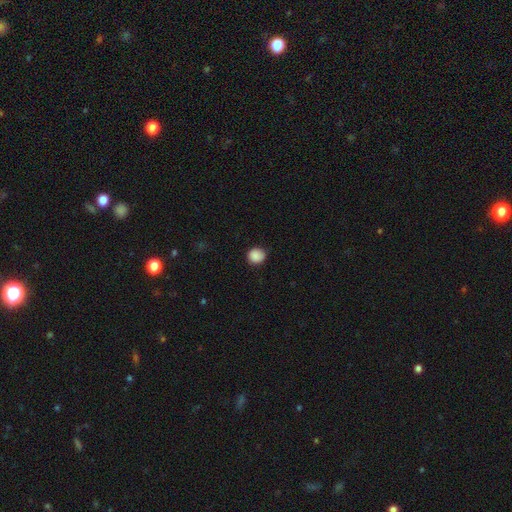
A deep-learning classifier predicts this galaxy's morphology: This is clearly a smooth galaxy (88%). How rounded: clearly round (88%). Merging: clearly none (87%).